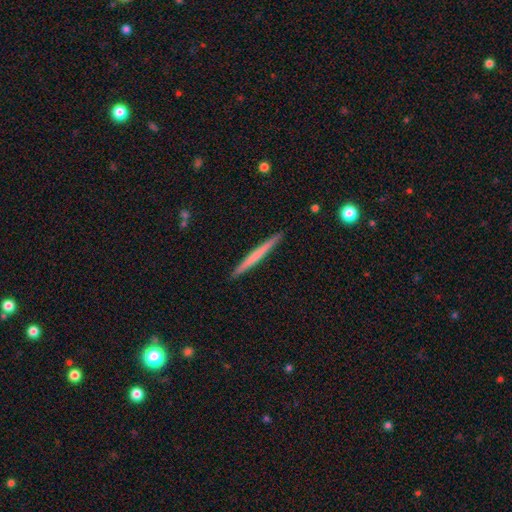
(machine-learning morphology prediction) Smooth or featured?
  - smooth: 54% *
  - featured or disk: 41%
  - star or artifact: 5%
How rounded?
  - cigar-shaped: 97% *
  - in between: 2%
  - round: 1%
Merging?
  - none: 92% *
  - minor disturbance: 5%
  - major disturbance: 1%
  - merger: 1%